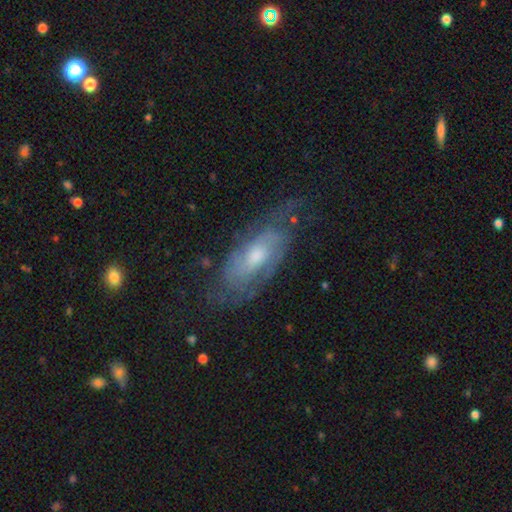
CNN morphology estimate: A featured or disk galaxy (74%) with no bar (62%), tight (49%) spiral arms (88%) and a moderate central bulge (60%). Merging: none (66%).